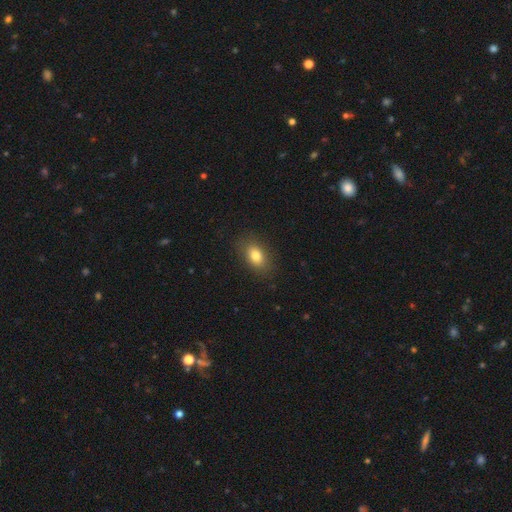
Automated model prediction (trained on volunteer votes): This appears to be a smooth galaxy with no disk features (80%) that is in between round and cigar-shaped (83%). Merging: none (85%).